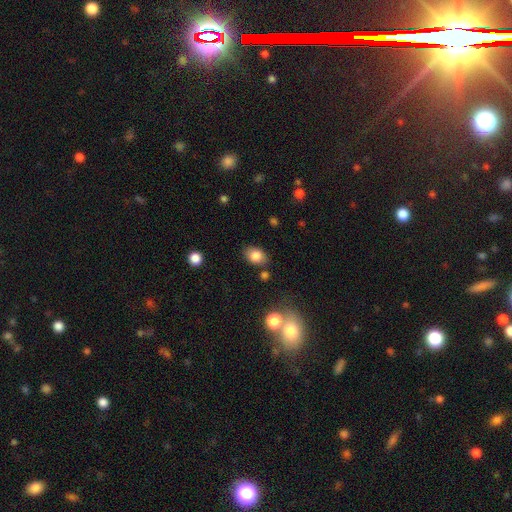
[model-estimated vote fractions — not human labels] Smooth or featured? smooth (83%)
How rounded? in between (76%)
Merging? none (79%)